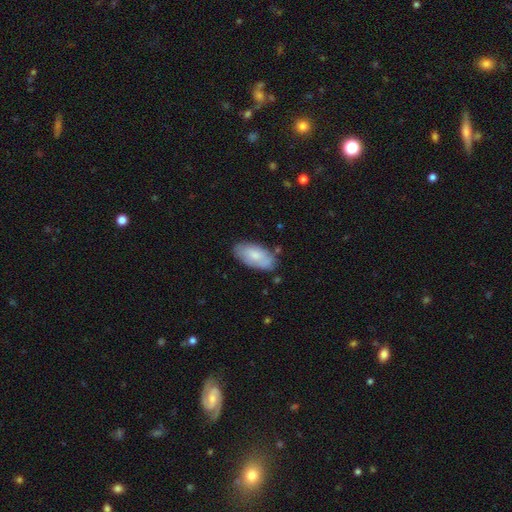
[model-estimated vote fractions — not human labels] Morphology: type=smooth (74%); roundness=in between (93%); merging=none (73%).